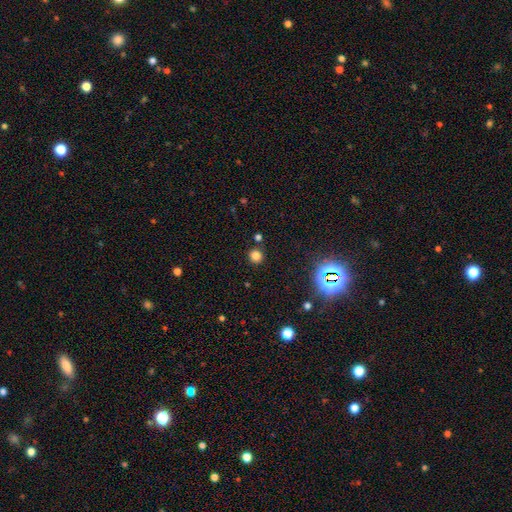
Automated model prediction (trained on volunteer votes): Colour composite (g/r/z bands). It shows a smooth galaxy with no disk features (78%) that is round (92%). Merging: none (85%).